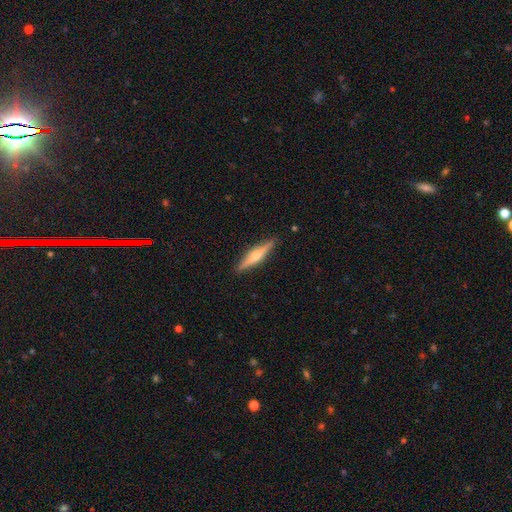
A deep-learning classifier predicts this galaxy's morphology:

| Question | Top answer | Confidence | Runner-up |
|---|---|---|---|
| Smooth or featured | featured or disk | 58% | smooth (36%) |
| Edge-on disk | yes | 96% | no (4%) |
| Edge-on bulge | rounded | 82% | none (10%) |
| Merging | none | 90% | minor disturbance (7%) |